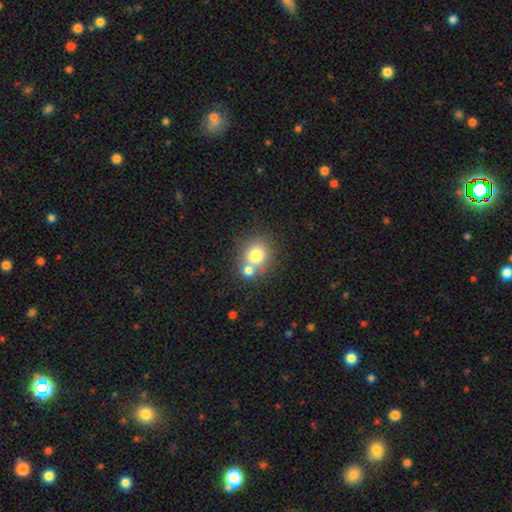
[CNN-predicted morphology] This is likely a smooth galaxy (75%). How rounded: likely round (75%). Merging: possibly none (47%).